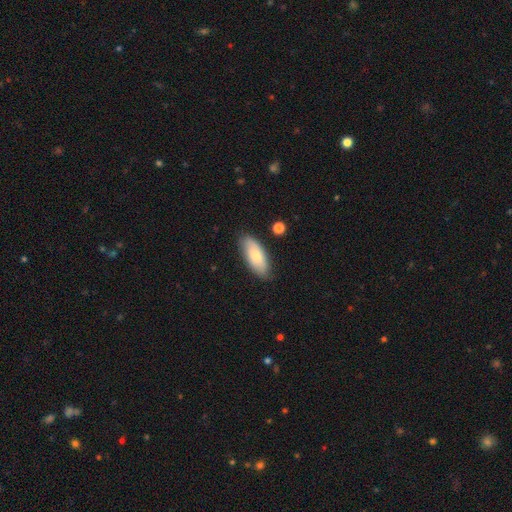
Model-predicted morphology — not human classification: Q: Smooth or featured?
A: smooth (75%); runner-up: featured or disk (19%)
Q: How rounded?
A: in between (83%); runner-up: cigar-shaped (15%)
Q: Merging?
A: none (82%); runner-up: minor disturbance (13%)